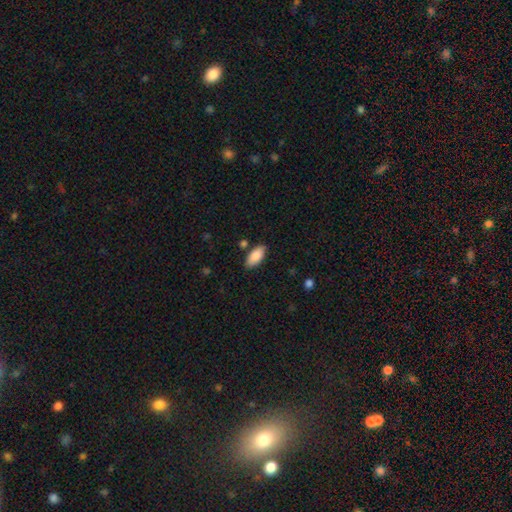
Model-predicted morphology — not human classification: Overall: smooth (87%). How rounded: in between (89%). Merging: none (83%).